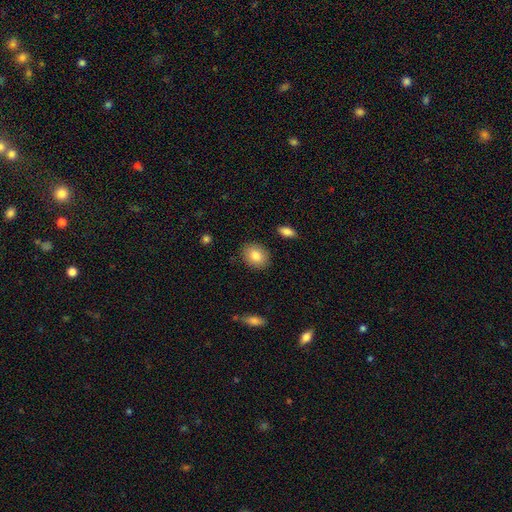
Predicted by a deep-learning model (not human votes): Smooth or featured? Predicted: smooth (p=0.83). How rounded? Predicted: in between (p=0.50). Merging? Predicted: none (p=0.88).